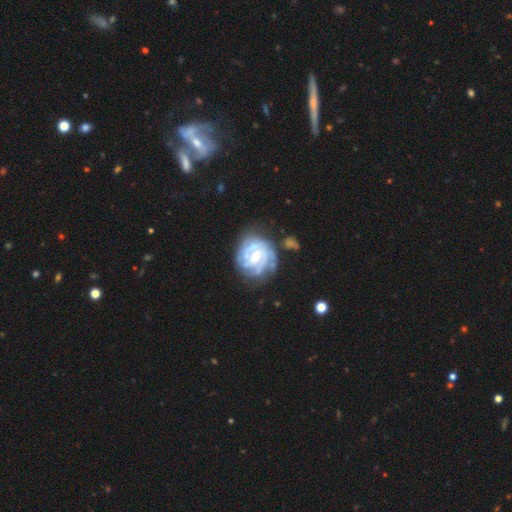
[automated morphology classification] Smooth or featured? Predicted: featured or disk (p=0.86). Edge-on disk? Predicted: no (p=0.98). Bar? Predicted: weak (p=0.56). Spiral arms? Predicted: yes (p=0.94). Spiral winding? Predicted: tight (p=0.69). Spiral arm count? Predicted: 2 (p=0.30, tied with can't tell). Bulge size? Predicted: moderate (p=0.57). Merging? Predicted: none (p=0.64).